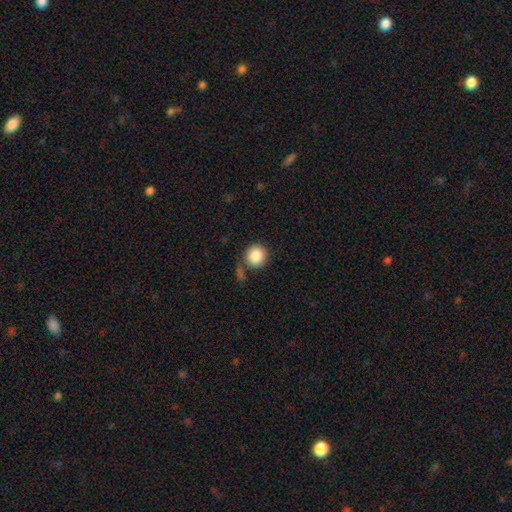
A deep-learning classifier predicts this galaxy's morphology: A smooth galaxy with no disk features (87%) that is round (91%). Merging: none (69%).